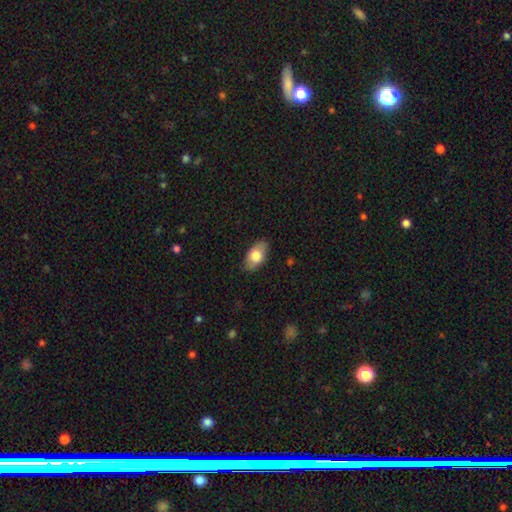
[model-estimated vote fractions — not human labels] Smooth or featured?
  - smooth: 75% *
  - featured or disk: 19%
  - star or artifact: 6%
How rounded?
  - in between: 92% *
  - round: 5%
  - cigar-shaped: 3%
Merging?
  - none: 84% *
  - minor disturbance: 13%
  - major disturbance: 3%
  - merger: 1%